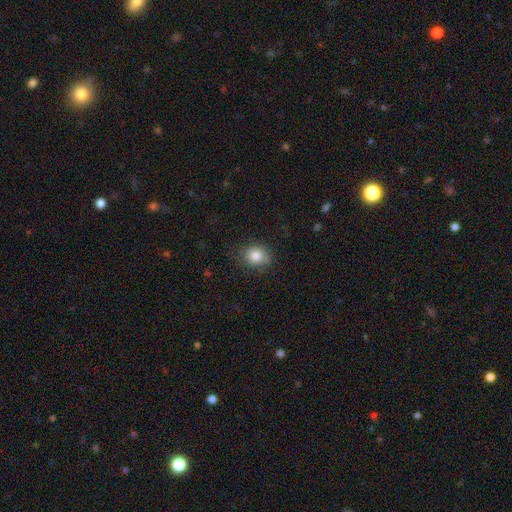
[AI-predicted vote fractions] This appears to be a smooth galaxy with no disk features (83%) that is round (70%). Merging: none (74%).